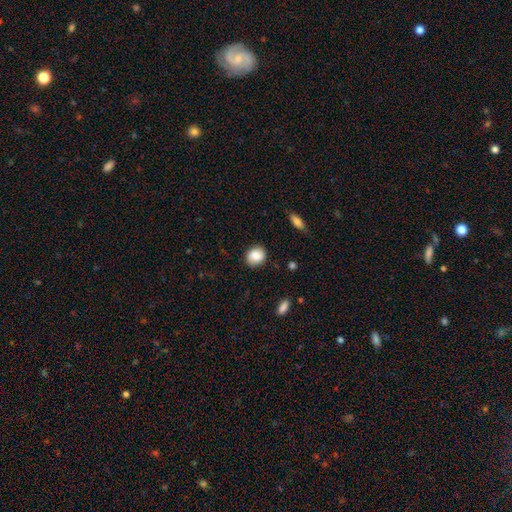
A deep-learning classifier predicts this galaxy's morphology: Smooth or featured? smooth (86%)
How rounded? round (64%)
Merging? none (85%)